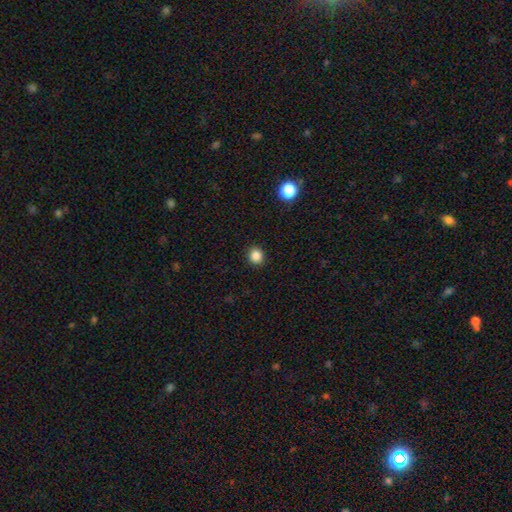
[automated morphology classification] Smooth or featured? smooth (86%)
How rounded? round (86%)
Merging? none (92%)